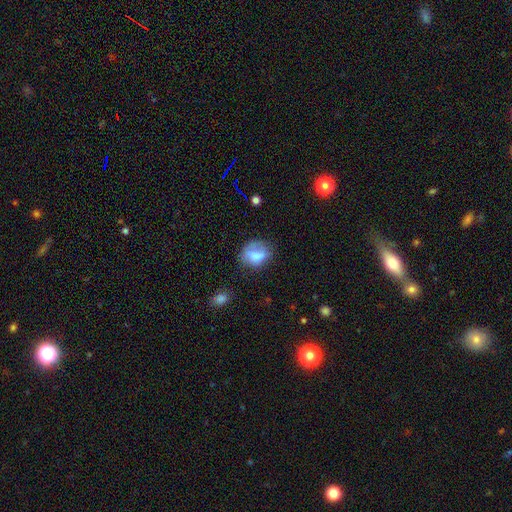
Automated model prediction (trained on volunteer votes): Q: Smooth or featured?
A: smooth (71%); runner-up: featured or disk (20%)
Q: How rounded?
A: in between (56%); runner-up: round (42%)
Q: Merging?
A: none (48%); runner-up: minor disturbance (30%)